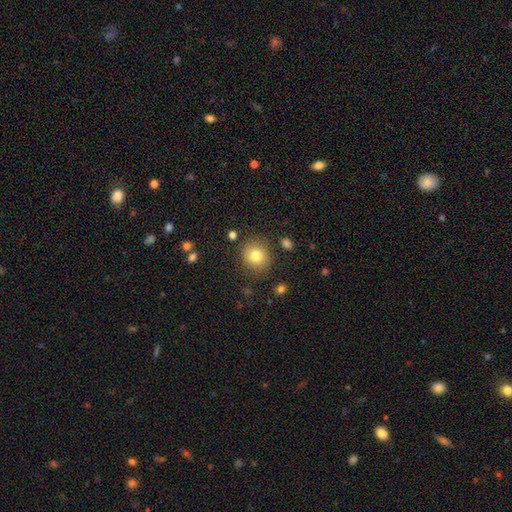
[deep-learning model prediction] This appears to be a smooth galaxy with no disk features (80%) that is round (84%). Merging: none (85%).